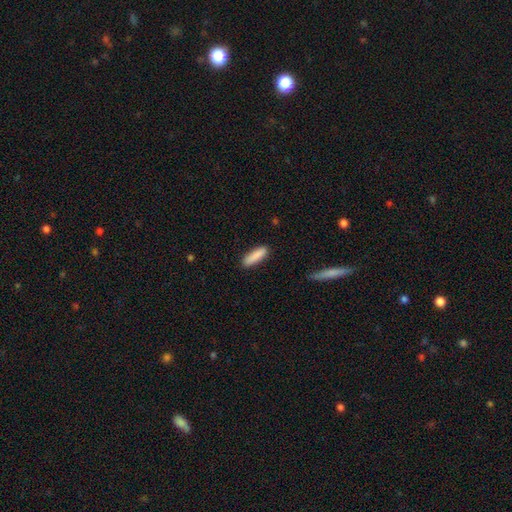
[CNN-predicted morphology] A smooth galaxy with no disk features (89%) that is cigar-shaped (61%).

Vote fractions:
- Smooth or featured? smooth: 89% / star or artifact: 6% / featured or disk: 5%
- How rounded? cigar-shaped: 61% / in between: 38% / round: 1%
- Merging? none: 87% / minor disturbance: 9% / major disturbance: 2% / merger: 1%